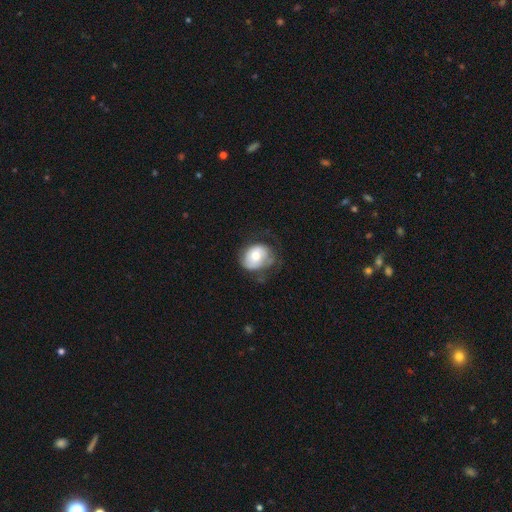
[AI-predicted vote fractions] This is likely a smooth galaxy (61%). How rounded: possibly in between (52%). Merging: possibly none (47%).